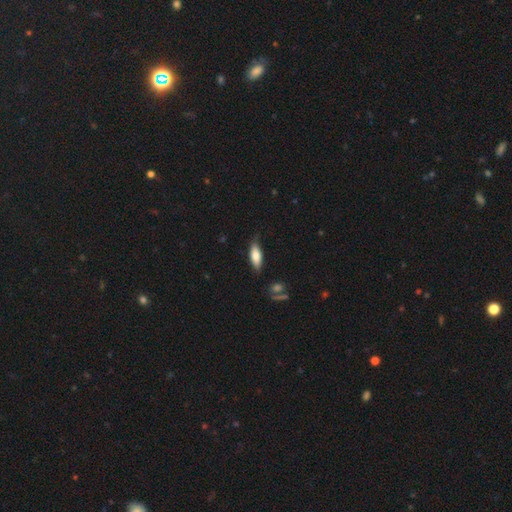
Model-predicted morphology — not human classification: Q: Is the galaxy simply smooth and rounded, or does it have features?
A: smooth — 75%.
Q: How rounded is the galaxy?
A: in between — 67%.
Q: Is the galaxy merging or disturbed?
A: none — 73%.